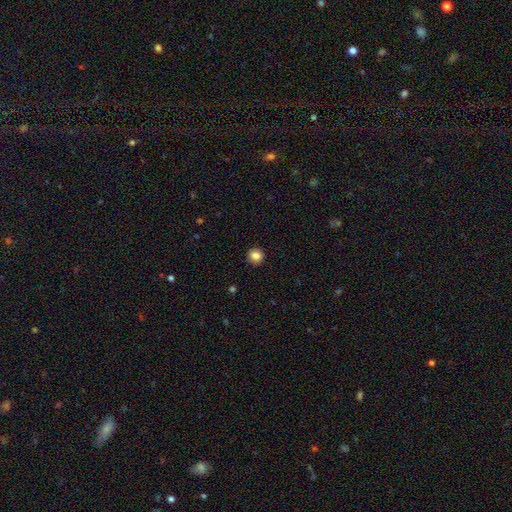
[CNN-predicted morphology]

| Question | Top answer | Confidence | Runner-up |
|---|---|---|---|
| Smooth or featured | smooth | 85% | star or artifact (10%) |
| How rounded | round | 88% | in between (11%) |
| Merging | none | 90% | minor disturbance (7%) |